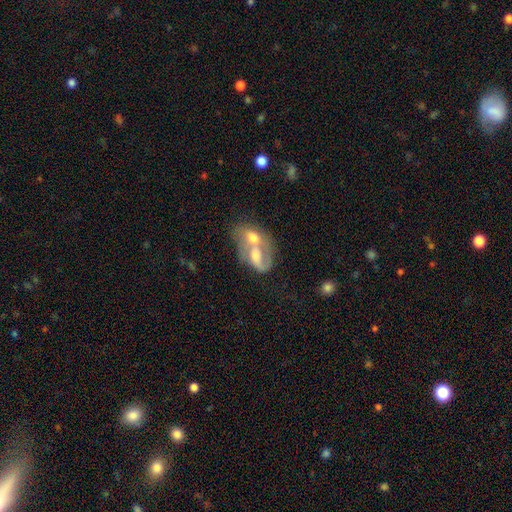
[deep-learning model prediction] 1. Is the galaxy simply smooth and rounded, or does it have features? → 51% featured or disk, 42% smooth, 7% star or artifact.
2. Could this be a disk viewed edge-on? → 96% no, 4% yes.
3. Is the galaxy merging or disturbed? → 78% merger, 9% none, 8% major disturbance, 5% minor disturbance.